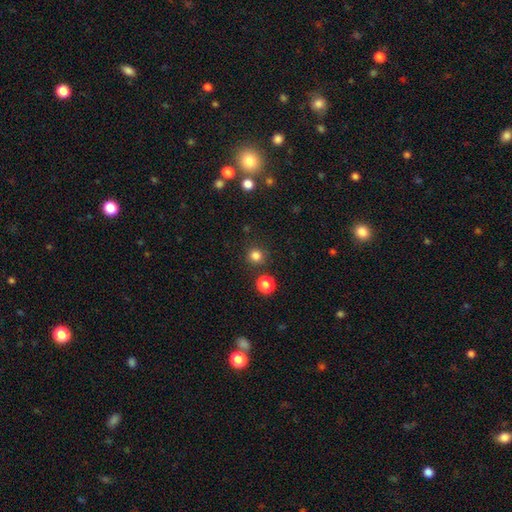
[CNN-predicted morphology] Smooth or featured: smooth — 81% (star or artifact — 15%)
How rounded: round — 93% (in between — 6%)
Merging: none — 86% (minor disturbance — 7%)